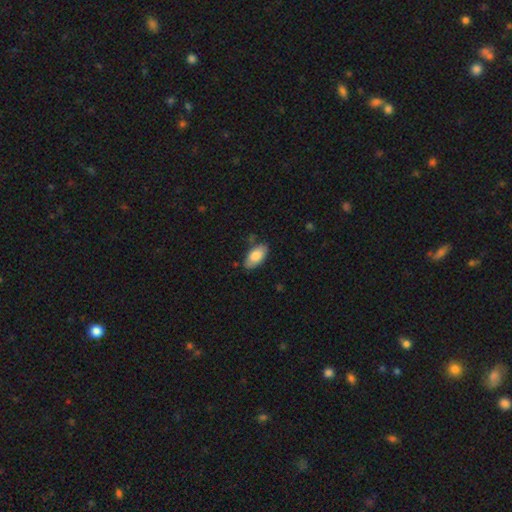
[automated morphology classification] smooth_or_featured: smooth (p=0.81) [alt: featured or disk p=0.13]
how_rounded: in between (p=0.93) [alt: cigar-shaped p=0.04]
merging: none (p=0.78) [alt: minor disturbance p=0.17]